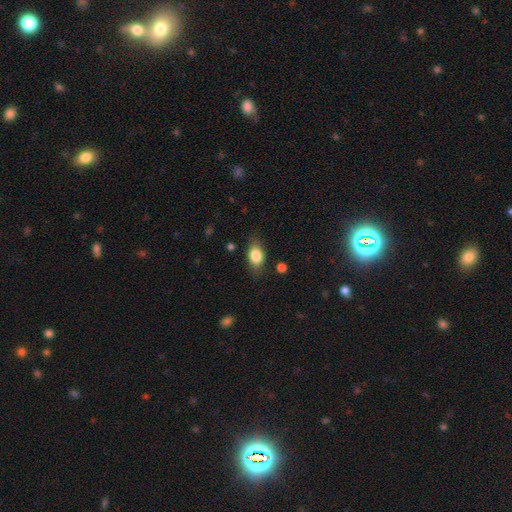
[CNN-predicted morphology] Smooth or featured? smooth (81%)
How rounded? in between (82%)
Merging? none (77%)